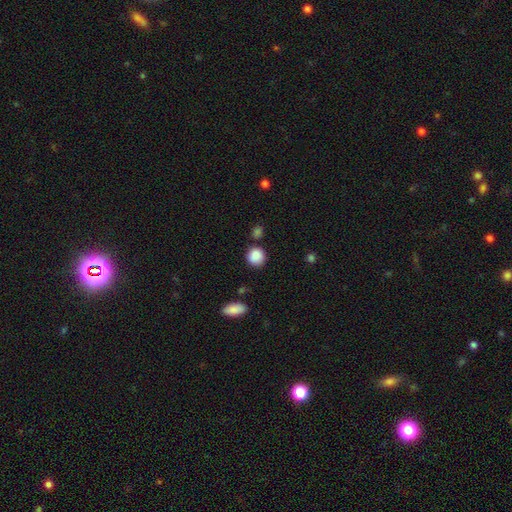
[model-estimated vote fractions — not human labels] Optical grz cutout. It shows a smooth galaxy with no disk features (88%) that is round (86%). Merging: none (78%).